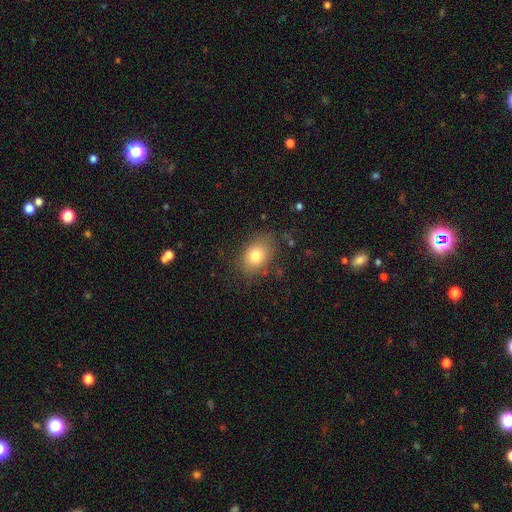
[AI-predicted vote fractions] The model was most divided on "how rounded": in between: 70%, round: 29%, cigar-shaped: 1%. More confident: smooth or featured — smooth (78%); merging — none (77%).